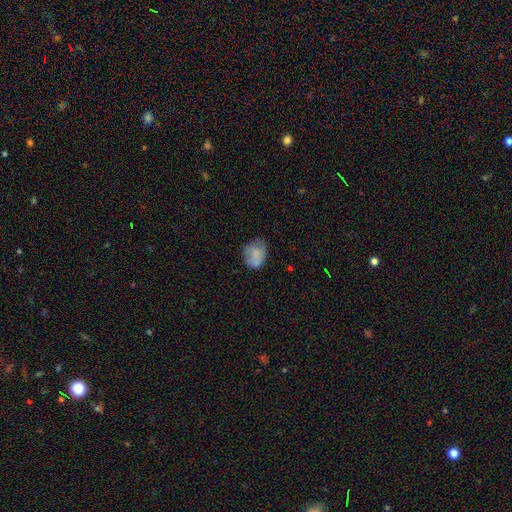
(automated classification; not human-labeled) Smooth or featured: smooth — 74% (featured or disk — 18%)
How rounded: in between — 55% (round — 44%)
Merging: none — 58% (minor disturbance — 29%)